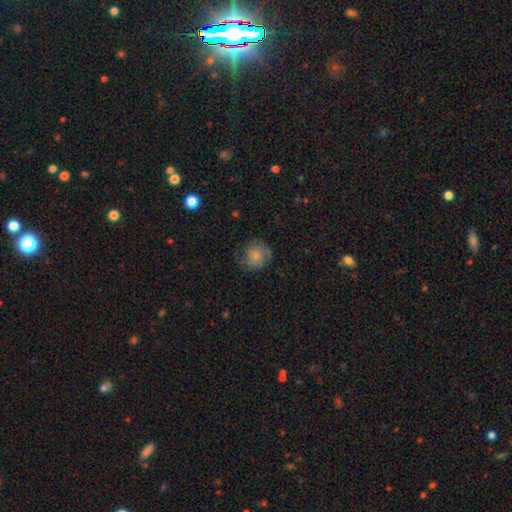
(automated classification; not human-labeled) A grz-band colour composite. It shows a smooth galaxy with no disk features (69%) that is round (84%). Merging: none (67%).